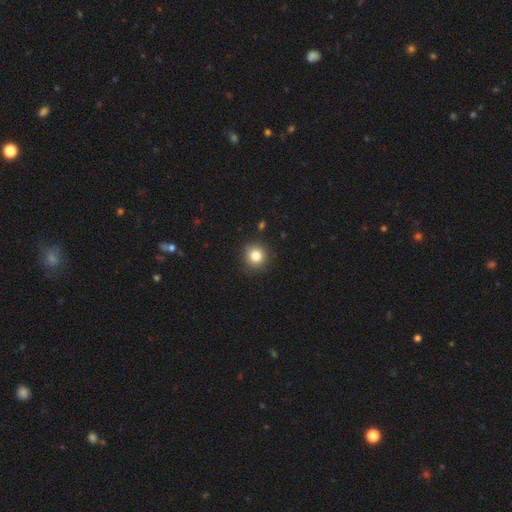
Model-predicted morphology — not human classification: smooth_or_featured: smooth (p=0.83) [alt: star or artifact p=0.11]
how_rounded: round (p=0.93) [alt: in between p=0.06]
merging: none (p=0.88) [alt: minor disturbance p=0.08]